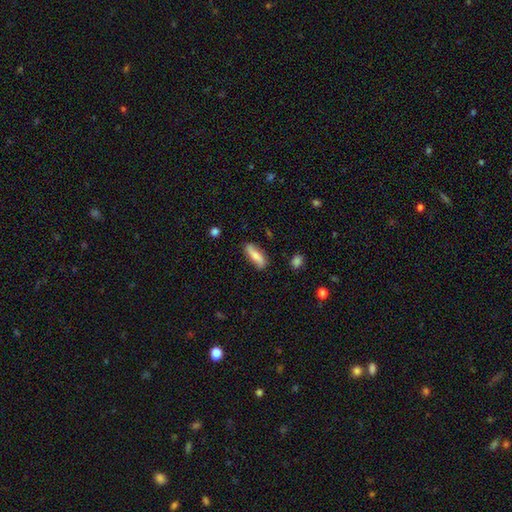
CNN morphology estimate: This appears to be a smooth galaxy with no disk features (66%) that is in between round and cigar-shaped (57%). Merging: none (80%).